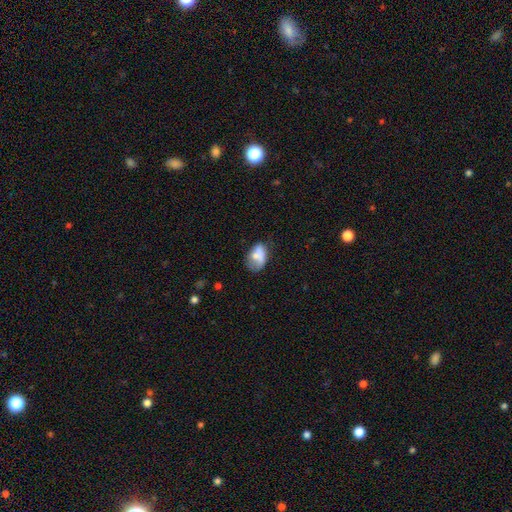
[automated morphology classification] Q: Smooth or featured?
A: smooth (68%); runner-up: featured or disk (23%)
Q: How rounded?
A: in between (84%); runner-up: round (14%)
Q: Merging?
A: none (39%); runner-up: minor disturbance (30%)